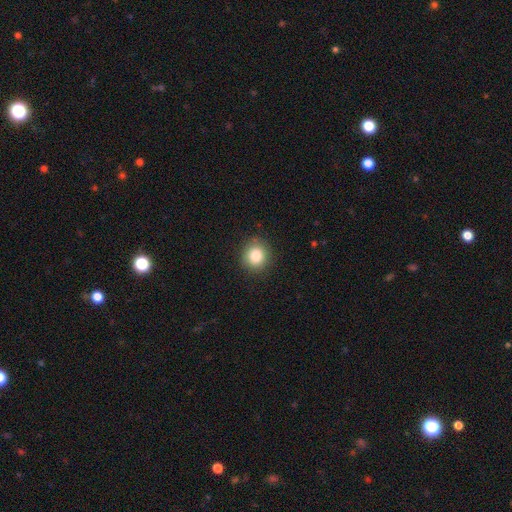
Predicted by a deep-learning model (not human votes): Smooth or featured: smooth — 84% (star or artifact — 10%)
How rounded: round — 86% (in between — 13%)
Merging: none — 89% (minor disturbance — 8%)